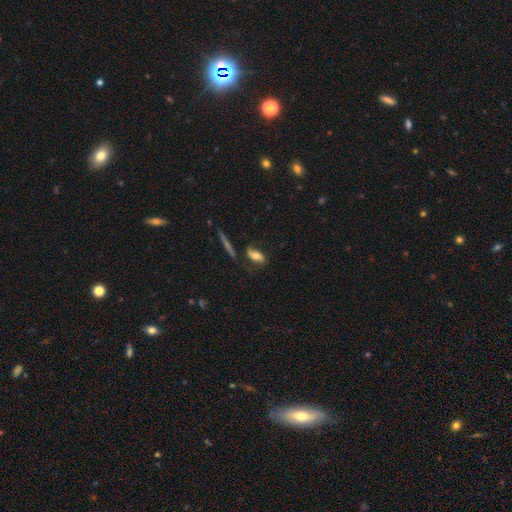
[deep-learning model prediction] Smooth or featured? Predicted: smooth (p=0.65). How rounded? Predicted: in between (p=0.80). Merging? Predicted: none (p=0.66).